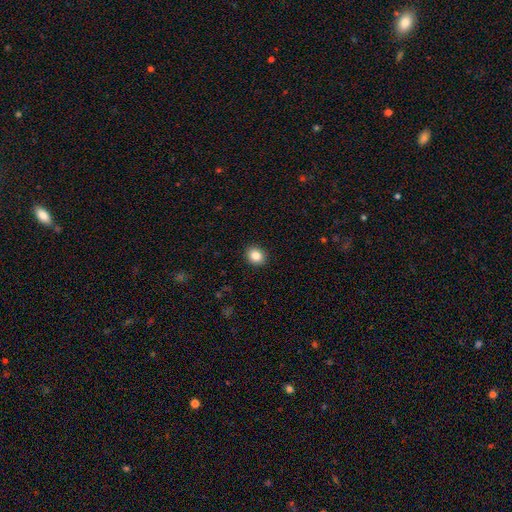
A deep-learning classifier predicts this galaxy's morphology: smooth-or-featured: smooth: 86% | star or artifact: 9% | featured or disk: 5%
  how-rounded: round: 64% | in between: 35% | cigar-shaped: 1%
  merging: none: 91% | minor disturbance: 6% | major disturbance: 2% | merger: 1%